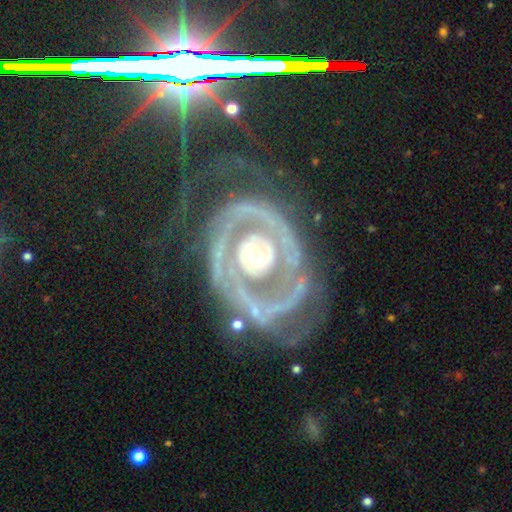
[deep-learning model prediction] A featured or disk galaxy (89%) with no bar (75%), 2 (52%) tight (53%) spiral arms (86%) and a moderate central bulge (67%). Merging: none (48%).